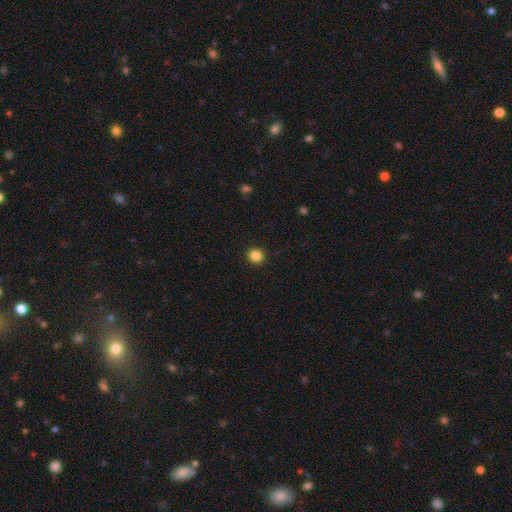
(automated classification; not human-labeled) A smooth galaxy with no disk features (85%) that is round (94%).

Vote fractions:
- Smooth or featured? smooth: 85% / star or artifact: 11% / featured or disk: 4%
- How rounded? round: 94% / in between: 5% / cigar-shaped: 1%
- Merging? none: 93% / minor disturbance: 4% / major disturbance: 2% / merger: 1%